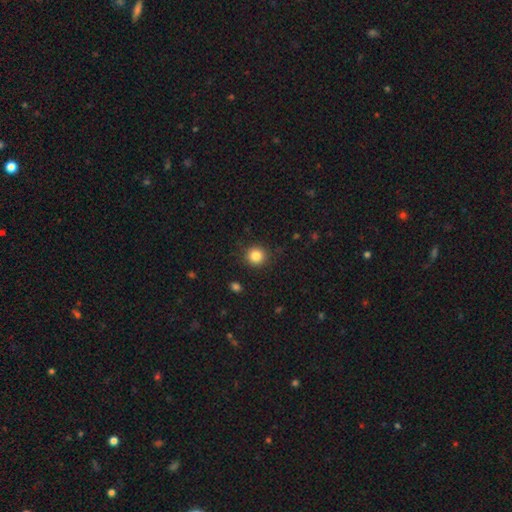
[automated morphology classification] Smooth or featured? Predicted: smooth (p=0.84). How rounded? Predicted: round (p=0.92). Merging? Predicted: none (p=0.88).